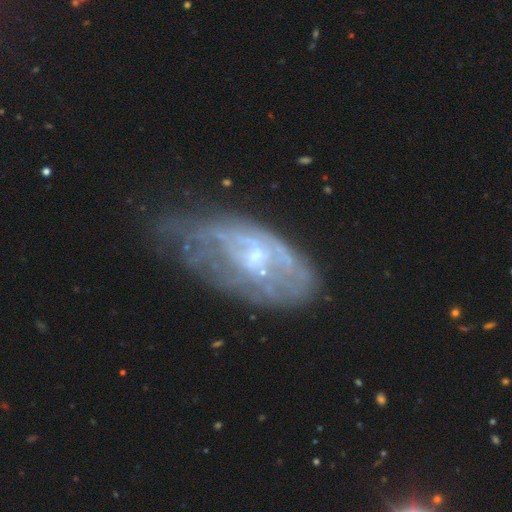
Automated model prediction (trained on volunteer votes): smooth-or-featured: featured or disk: 69% | smooth: 22% | star or artifact: 9%
  disk-edge-on: no: 92% | yes: 8%
    bar: no: 69% | weak: 26% | strong: 5%
    has-spiral-arms: yes: 51% | no: 49%
    bulge-size: small: 63% | moderate: 25% | none: 9% | large: 2% | dominant: 1%
  merging: none: 37% | minor disturbance: 32% | major disturbance: 26% | merger: 4%